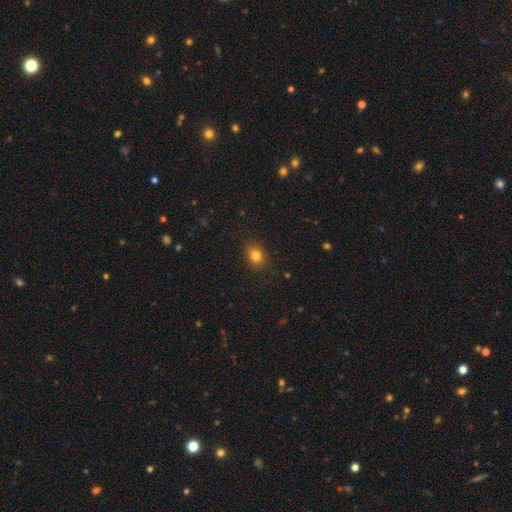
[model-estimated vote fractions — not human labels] Smooth or featured?
  - smooth: 82% *
  - star or artifact: 12%
  - featured or disk: 7%
How rounded?
  - in between: 59% *
  - round: 39%
  - cigar-shaped: 1%
Merging?
  - none: 86% *
  - minor disturbance: 10%
  - major disturbance: 3%
  - merger: 1%